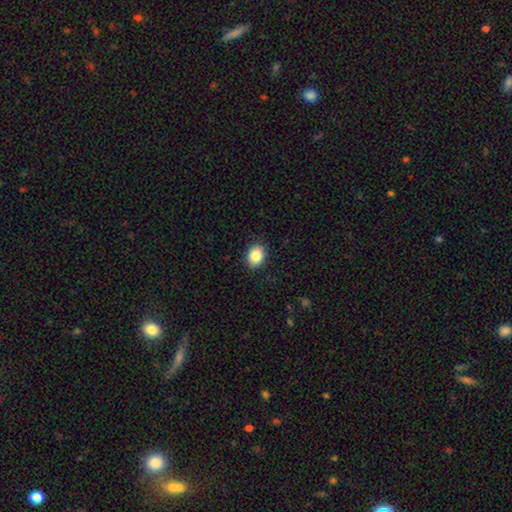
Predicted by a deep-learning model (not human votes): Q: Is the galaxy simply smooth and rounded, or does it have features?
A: smooth — 86%.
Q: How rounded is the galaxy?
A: in between — 56%.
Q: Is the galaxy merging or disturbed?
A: none — 90%.